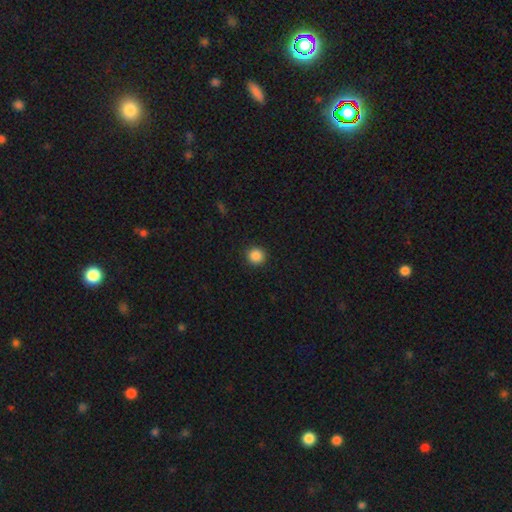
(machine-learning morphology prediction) This appears to be a smooth galaxy with no disk features (87%) that is round (95%). Merging: none (93%).